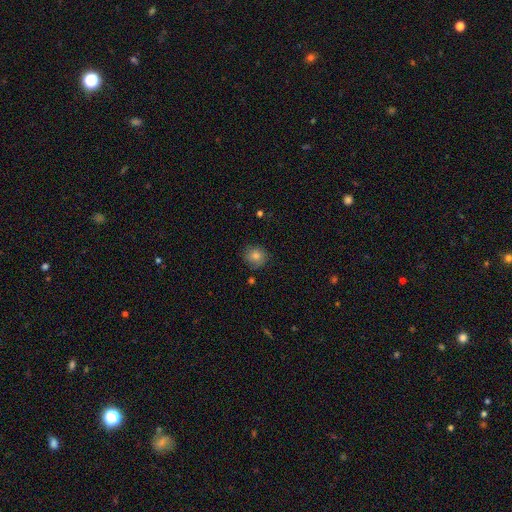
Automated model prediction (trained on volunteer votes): A smooth galaxy with no disk features (77%) that is round (87%). Merging: none (81%).